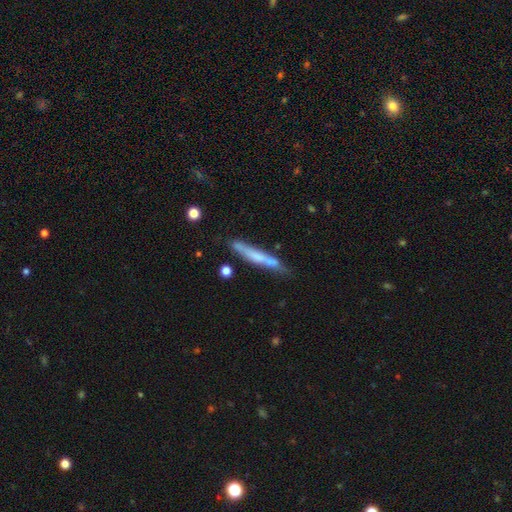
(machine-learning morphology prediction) Smooth or featured? Predicted: smooth (p=0.51). How rounded? Predicted: cigar-shaped (p=0.94). Merging? Predicted: none (p=0.69).